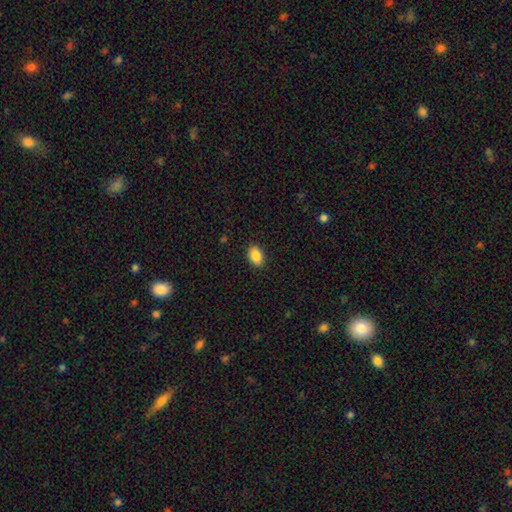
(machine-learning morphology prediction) Q: Smooth or featured?
A: smooth (88%); runner-up: star or artifact (8%)
Q: How rounded?
A: in between (88%); runner-up: round (11%)
Q: Merging?
A: none (90%); runner-up: minor disturbance (7%)